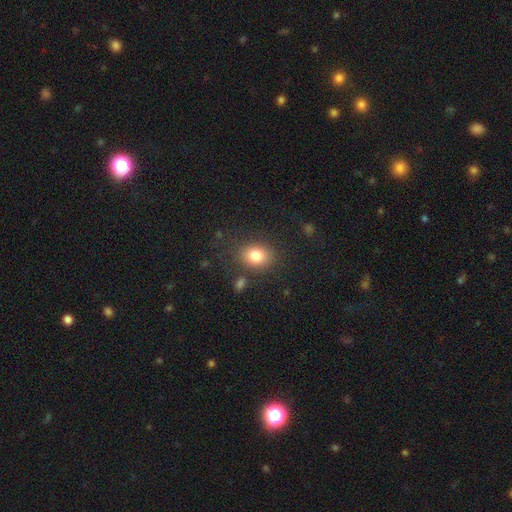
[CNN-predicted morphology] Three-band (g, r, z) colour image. It shows a smooth galaxy with no disk features (82%) that is in between round and cigar-shaped (54%). Merging: none (80%).